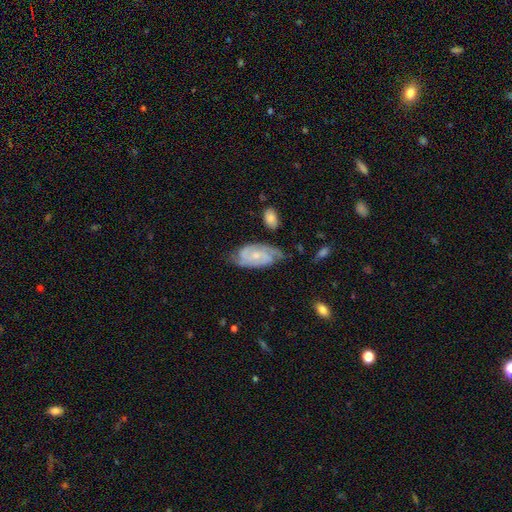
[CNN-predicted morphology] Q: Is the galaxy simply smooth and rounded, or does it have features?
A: featured or disk — 77%.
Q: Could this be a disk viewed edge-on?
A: no — 95%.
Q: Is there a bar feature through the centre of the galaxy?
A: no — 62%.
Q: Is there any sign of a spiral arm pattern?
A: yes — 94%.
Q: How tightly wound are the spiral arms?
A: tight — 51%.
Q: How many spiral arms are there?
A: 2 — 61%.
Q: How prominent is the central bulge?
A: small — 62%.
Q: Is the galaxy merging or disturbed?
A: none — 63%.